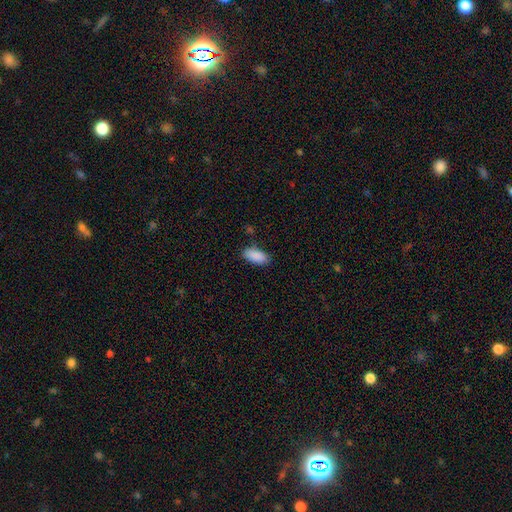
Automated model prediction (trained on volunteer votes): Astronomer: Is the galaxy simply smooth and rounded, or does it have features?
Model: smooth — 90%.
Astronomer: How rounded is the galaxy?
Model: in between — 89%.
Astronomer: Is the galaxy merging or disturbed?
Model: none — 82%.